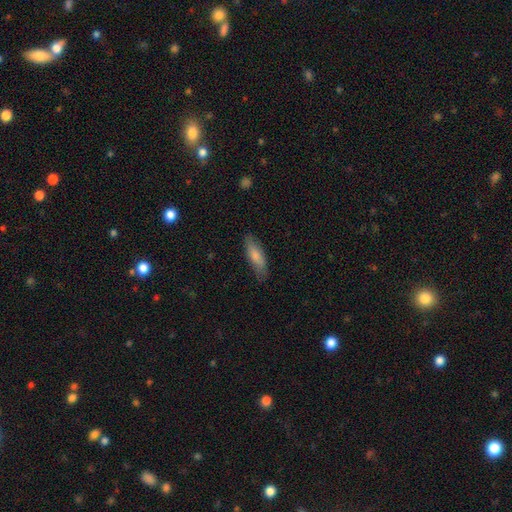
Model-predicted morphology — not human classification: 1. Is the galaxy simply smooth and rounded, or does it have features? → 76% smooth, 18% featured or disk, 6% star or artifact.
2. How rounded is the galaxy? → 50% in between, 48% cigar-shaped, 2% round.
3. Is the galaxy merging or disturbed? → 79% none, 16% minor disturbance, 3% major disturbance, 1% merger.